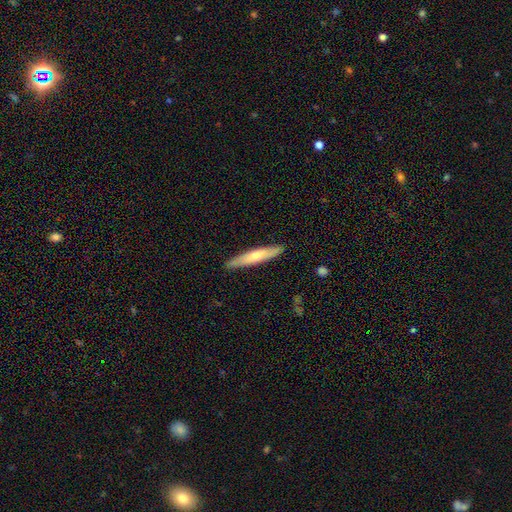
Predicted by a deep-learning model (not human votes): smooth-or-featured: smooth: 55% | featured or disk: 39% | star or artifact: 5%
  how-rounded: cigar-shaped: 91% | in between: 8% | round: 1%
  merging: none: 89% | minor disturbance: 8% | major disturbance: 1% | merger: 1%